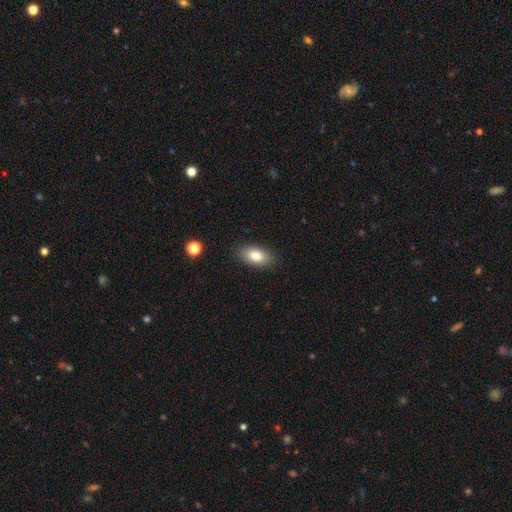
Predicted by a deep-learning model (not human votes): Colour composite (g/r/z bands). It shows a smooth galaxy with no disk features (81%) that is in between round and cigar-shaped (90%). Merging: none (87%).